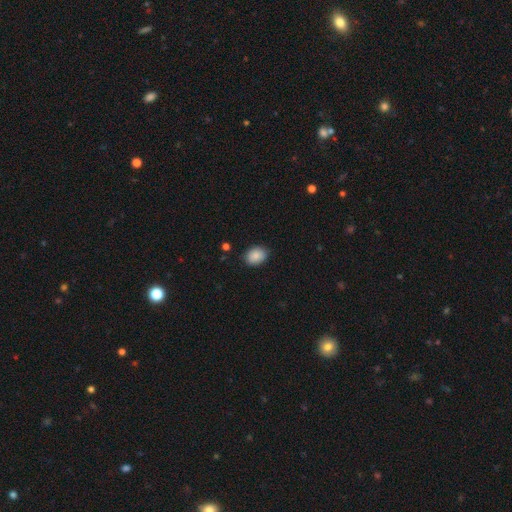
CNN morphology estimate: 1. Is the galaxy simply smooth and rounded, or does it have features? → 88% smooth, 8% star or artifact, 4% featured or disk.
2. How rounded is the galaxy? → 70% in between, 29% round, 1% cigar-shaped.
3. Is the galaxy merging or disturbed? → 84% none, 12% minor disturbance, 2% major disturbance, 1% merger.